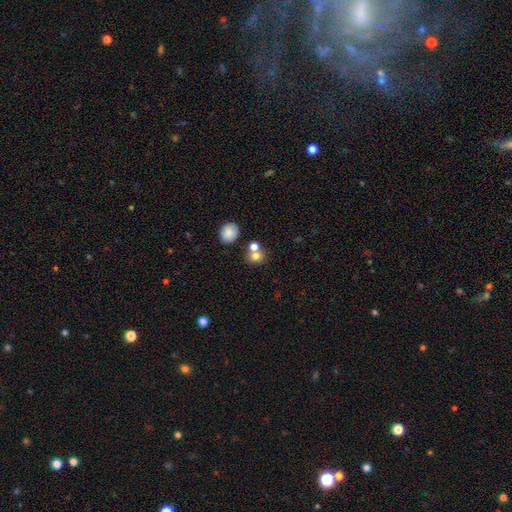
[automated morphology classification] A smooth galaxy with no disk features (76%) that is round (78%). Merging: none (51%).